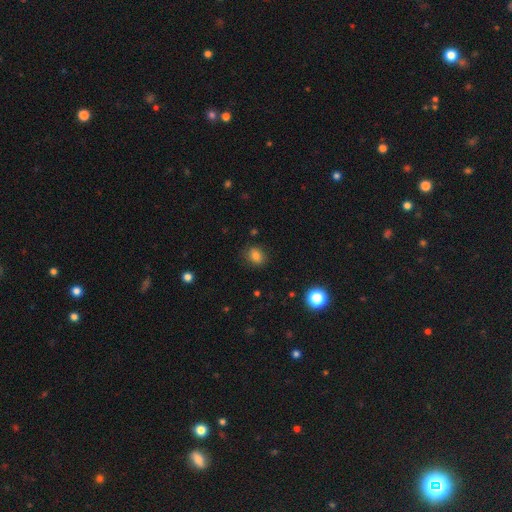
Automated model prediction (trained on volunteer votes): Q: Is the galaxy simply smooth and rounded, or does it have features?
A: smooth — 80%.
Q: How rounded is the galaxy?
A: round — 55%.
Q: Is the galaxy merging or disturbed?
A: none — 84%.